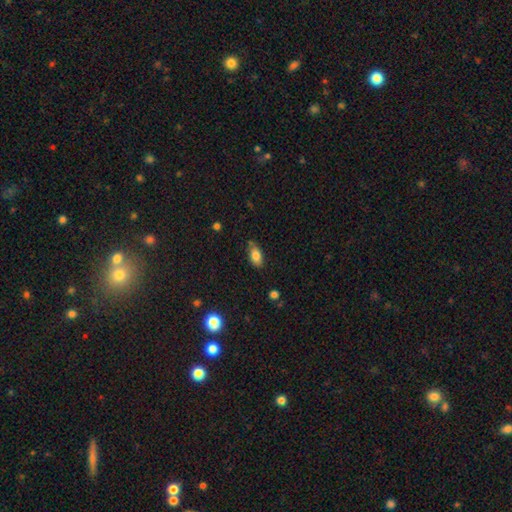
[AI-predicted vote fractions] A smooth galaxy with no disk features (83%) that is in between round and cigar-shaped (90%). Merging: none (73%).